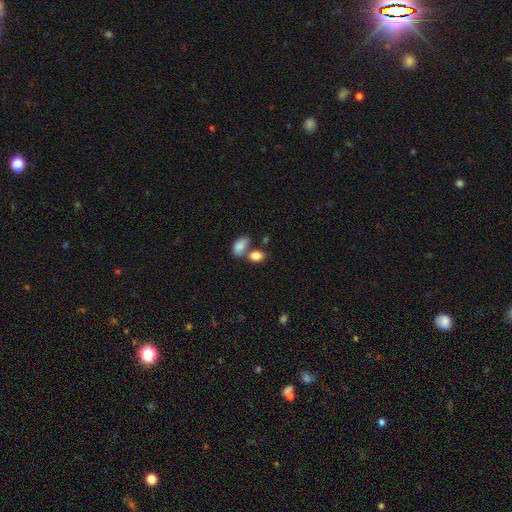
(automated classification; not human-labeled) Smooth or featured? Predicted: smooth (p=0.84). How rounded? Predicted: in between (p=0.81). Merging? Predicted: none (p=0.43).